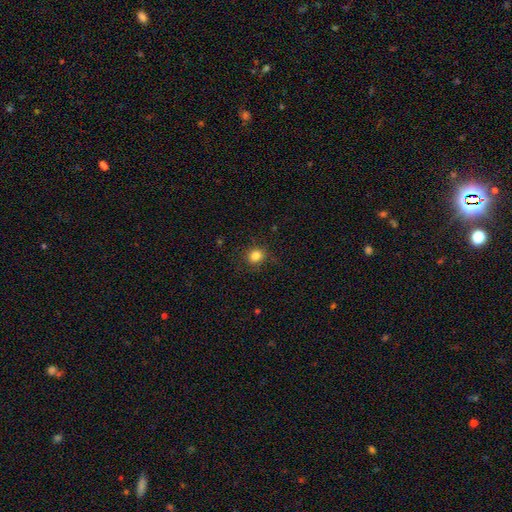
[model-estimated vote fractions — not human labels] smooth-or-featured: smooth: 83% | star or artifact: 12% | featured or disk: 5%
  how-rounded: round: 79% | in between: 20% | cigar-shaped: 1%
  merging: none: 84% | minor disturbance: 11% | major disturbance: 4% | merger: 1%